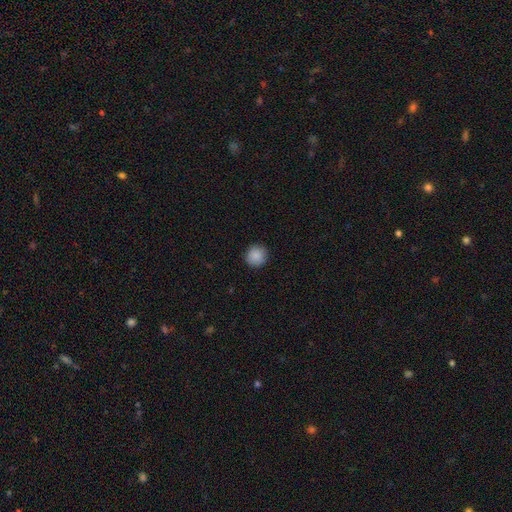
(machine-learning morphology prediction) Overall: smooth (88%). How rounded: round (93%). Merging: none (92%).